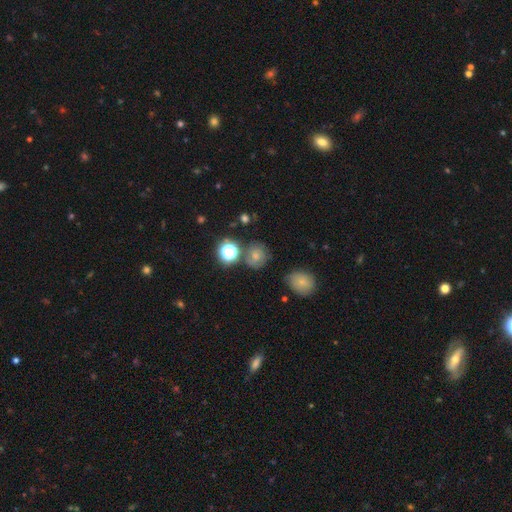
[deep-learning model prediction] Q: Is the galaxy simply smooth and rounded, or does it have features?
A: smooth — 60%.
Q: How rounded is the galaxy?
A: round — 81%.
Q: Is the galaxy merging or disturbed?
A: none — 67%.